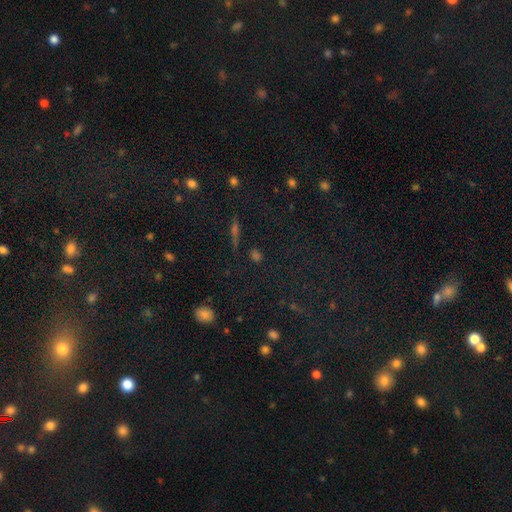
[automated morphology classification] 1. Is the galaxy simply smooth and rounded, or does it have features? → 47% star or artifact, 29% smooth, 24% featured or disk.